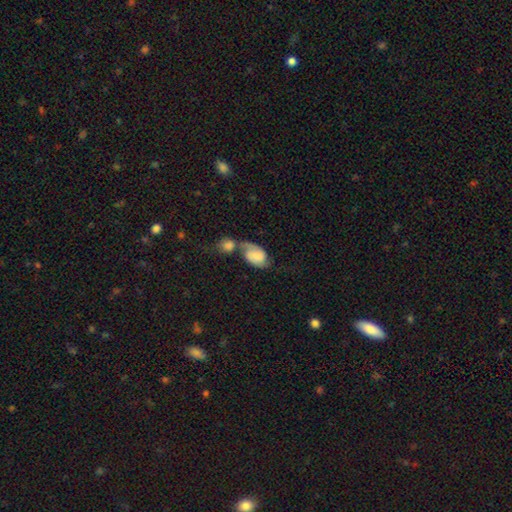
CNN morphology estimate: featured or disk 53%, smooth 39%, star or artifact 8%. Down the decision tree: edge-on disk — no (97%); bar — no (61%); spiral arms — yes (87%); bulge size — none (34%); merging — merger (60%).